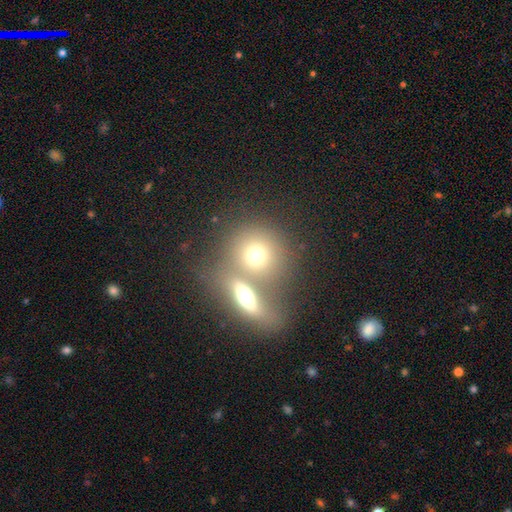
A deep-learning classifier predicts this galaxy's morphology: Smooth or featured? smooth (68%)
How rounded? round (79%)
Merging? merger (45%)